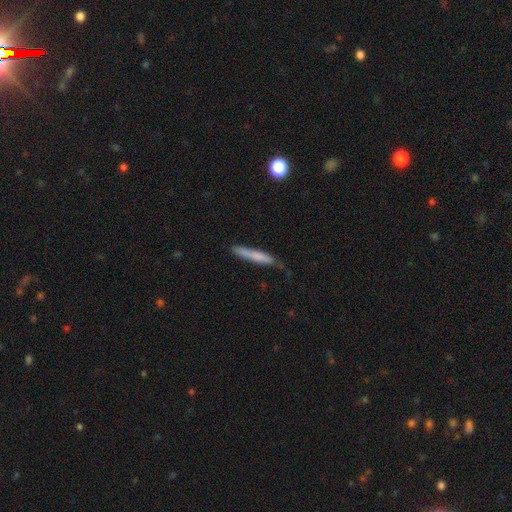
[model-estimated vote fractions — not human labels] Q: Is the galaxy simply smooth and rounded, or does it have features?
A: smooth — 71%.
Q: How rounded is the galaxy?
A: cigar-shaped — 93%.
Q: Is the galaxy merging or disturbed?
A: none — 69%.